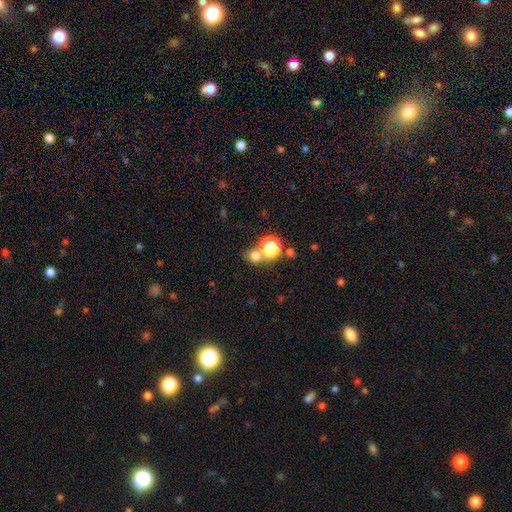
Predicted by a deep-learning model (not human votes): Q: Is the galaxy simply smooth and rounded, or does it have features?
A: smooth — 70%.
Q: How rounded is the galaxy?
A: round — 81%.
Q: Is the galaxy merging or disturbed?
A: none — 62%.